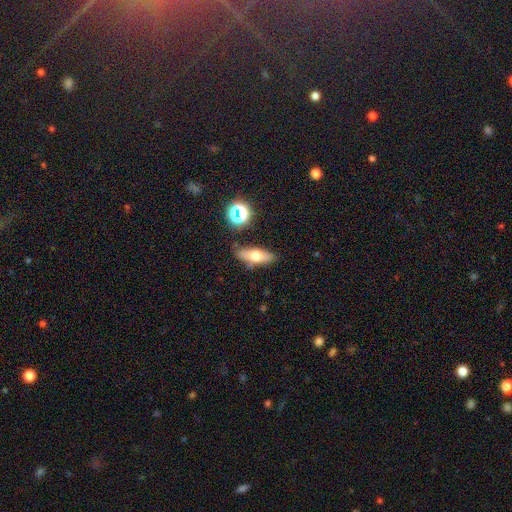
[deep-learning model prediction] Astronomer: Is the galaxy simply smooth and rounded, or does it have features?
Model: smooth — 59%.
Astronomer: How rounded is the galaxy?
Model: in between — 60%.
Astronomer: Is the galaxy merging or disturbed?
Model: none — 79%.